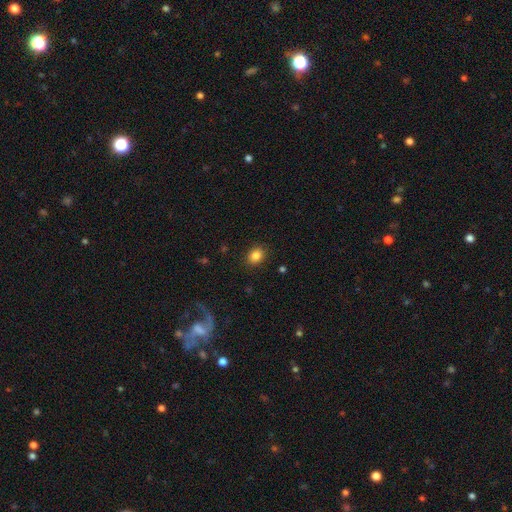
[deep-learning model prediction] Morphology: type=smooth (85%); roundness=round (57%); merging=none (89%).